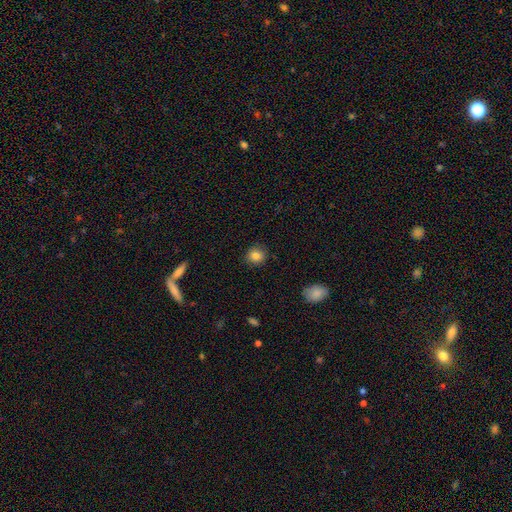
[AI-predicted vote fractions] Q: Smooth or featured?
A: smooth (84%); runner-up: star or artifact (10%)
Q: How rounded?
A: round (85%); runner-up: in between (14%)
Q: Merging?
A: none (88%); runner-up: minor disturbance (9%)